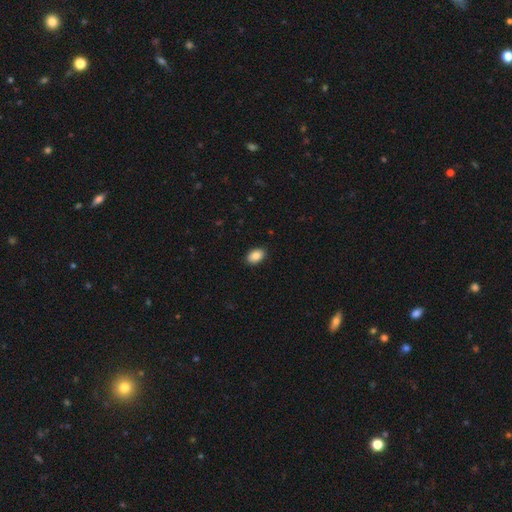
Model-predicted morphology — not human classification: A smooth galaxy with no disk features (86%) that is in between round and cigar-shaped (87%). Merging: none (90%).